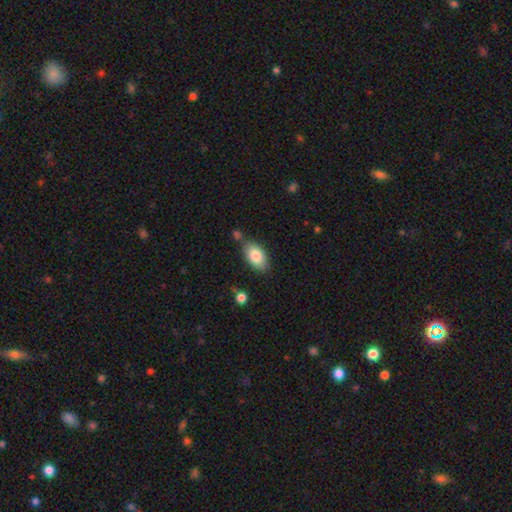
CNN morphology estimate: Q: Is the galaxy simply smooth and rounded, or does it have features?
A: smooth — 82%.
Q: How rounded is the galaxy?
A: in between — 93%.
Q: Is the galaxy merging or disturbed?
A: none — 74%.